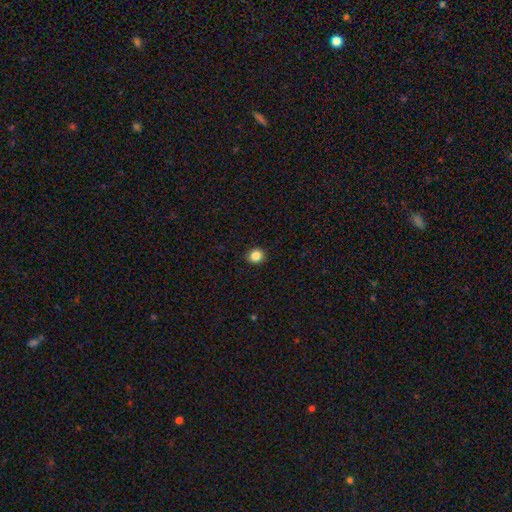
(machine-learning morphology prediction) Overall: smooth (86%). How rounded: round (82%). Merging: none (91%).